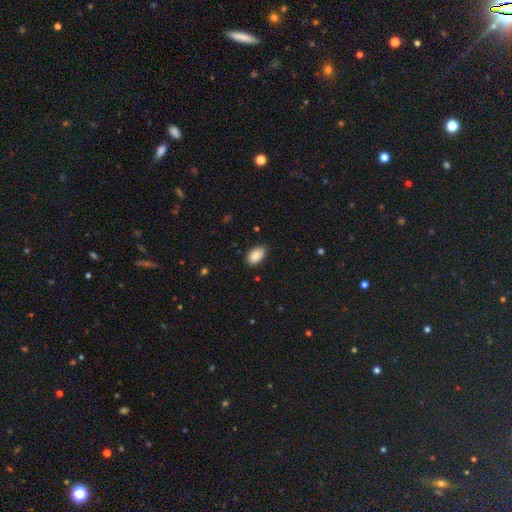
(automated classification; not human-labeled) Morphology: type=smooth (88%); roundness=in between (92%); merging=none (85%).